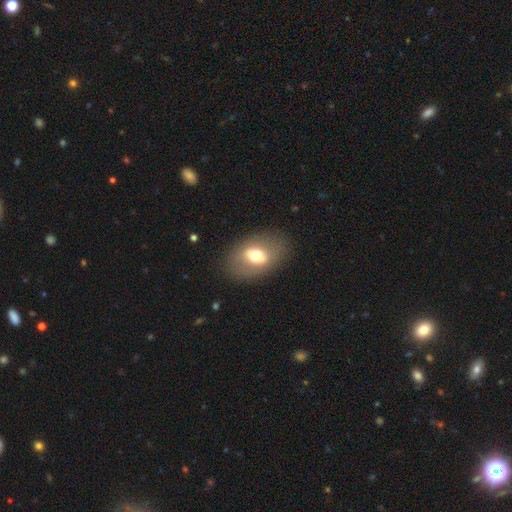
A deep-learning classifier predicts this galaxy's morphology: Smooth or featured: smooth — 56% (featured or disk — 35%)
How rounded: in between — 80% (round — 18%)
Merging: none — 82% (minor disturbance — 11%)